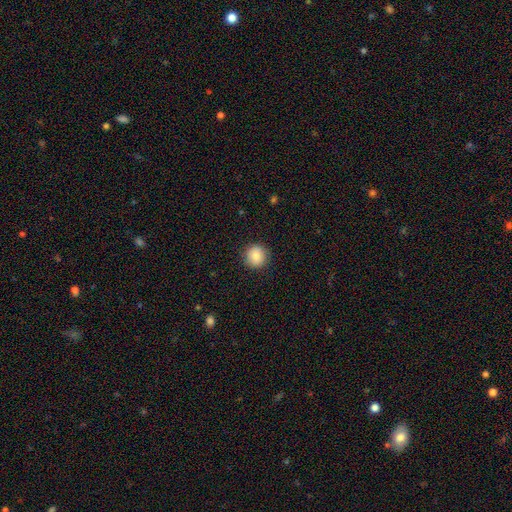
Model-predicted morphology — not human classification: Smooth or featured? smooth (84%)
How rounded? round (93%)
Merging? none (88%)